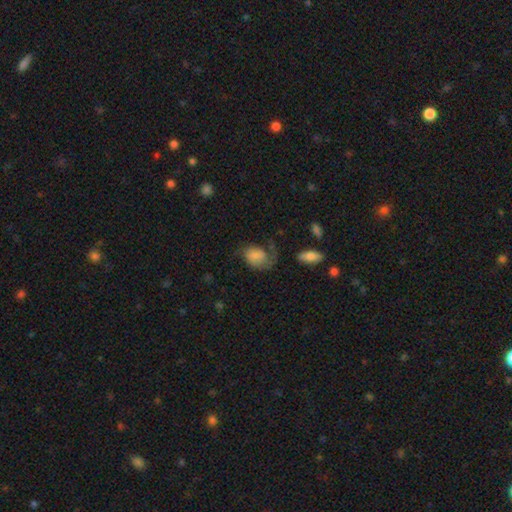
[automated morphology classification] Smooth or featured? smooth (61%)
How rounded? in between (72%)
Merging? major disturbance (38%)